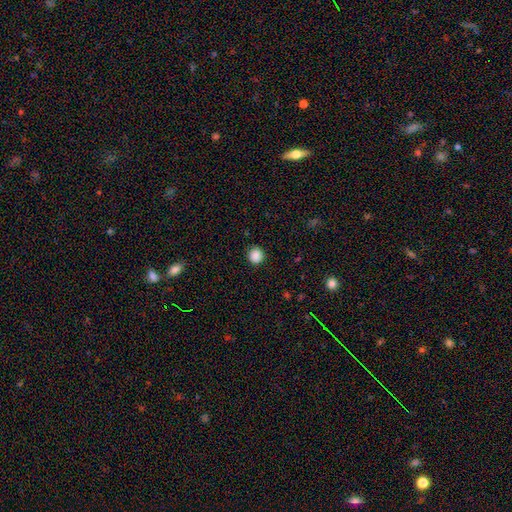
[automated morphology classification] Smooth or featured: smooth — 88% (star or artifact — 10%)
How rounded: round — 92% (in between — 7%)
Merging: none — 91% (minor disturbance — 6%)